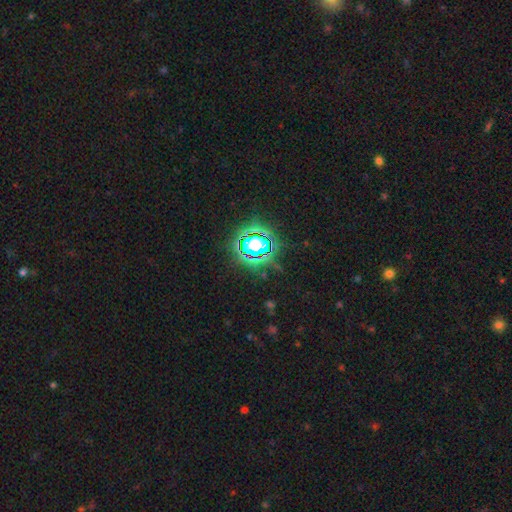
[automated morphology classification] This appears to be a star or artifact, not a galaxy (81%).